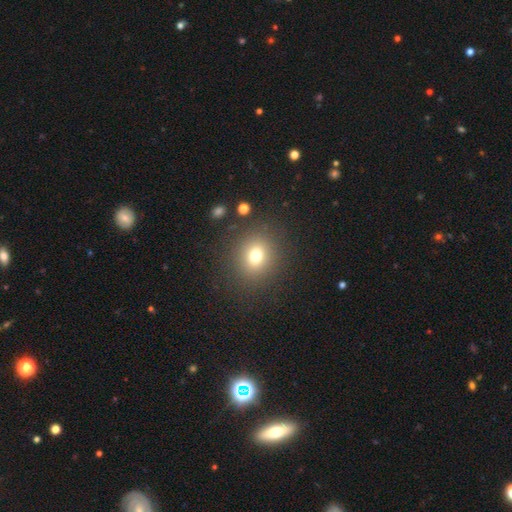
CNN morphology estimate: Smooth or featured?
  - smooth: 74% *
  - star or artifact: 15%
  - featured or disk: 11%
How rounded?
  - round: 76% *
  - in between: 23%
  - cigar-shaped: 1%
Merging?
  - none: 86% *
  - minor disturbance: 8%
  - major disturbance: 4%
  - merger: 2%